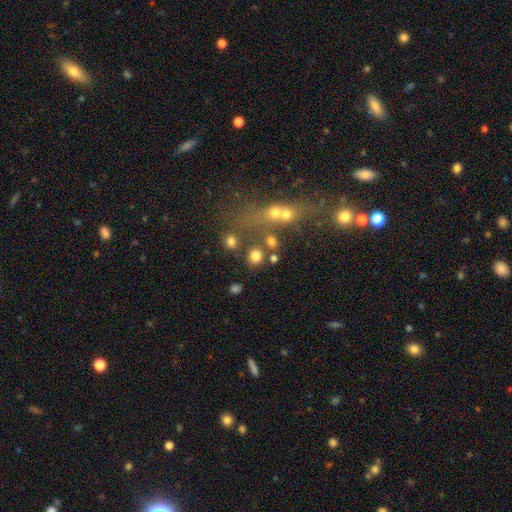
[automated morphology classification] smooth_or_featured: smooth (p=0.75) [alt: star or artifact p=0.16]
how_rounded: round (p=0.83) [alt: in between p=0.15]
merging: none (p=0.69) [alt: merger p=0.16]